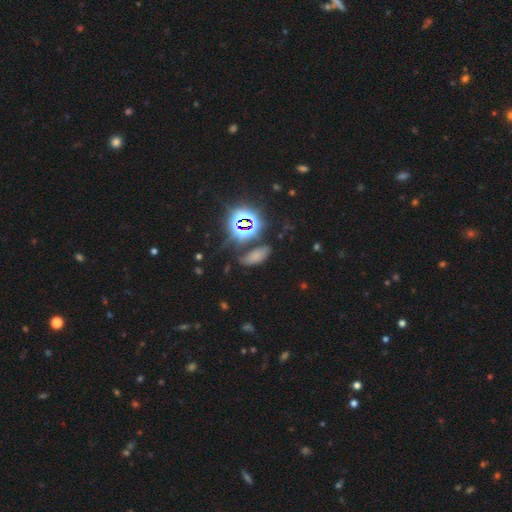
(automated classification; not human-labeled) A smooth galaxy with no disk features (56%) that is in between round and cigar-shaped (80%). Merging: none (69%).